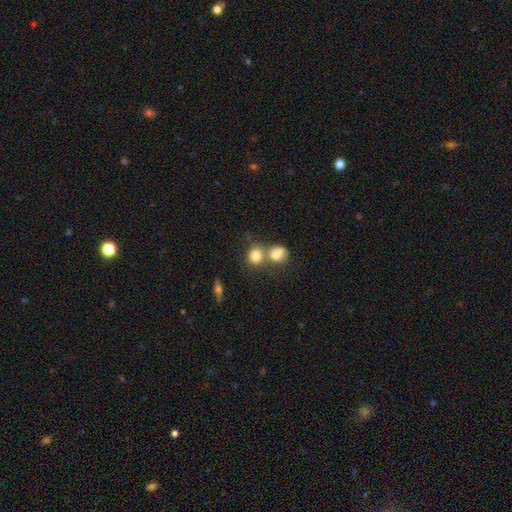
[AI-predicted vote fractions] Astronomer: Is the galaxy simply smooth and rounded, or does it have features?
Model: smooth — 78%.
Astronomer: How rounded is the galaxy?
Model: round — 78%.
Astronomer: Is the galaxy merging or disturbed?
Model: merger — 45% (runner-up: none, 43%).